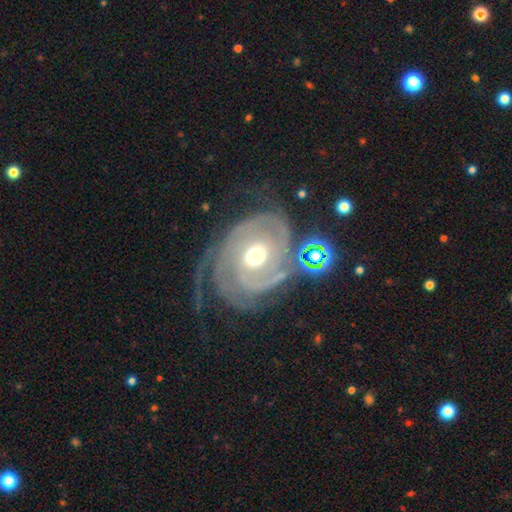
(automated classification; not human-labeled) smooth-or-featured: featured or disk: 86% | smooth: 9% | star or artifact: 6%
  disk-edge-on: no: 97% | yes: 3%
    bar: no: 63% | weak: 28% | strong: 10%
    has-spiral-arms: yes: 91% | no: 9%
      spiral-winding: tight: 50% | medium: 36% | loose: 14%
      spiral-arm-count: 2: 59% | can't tell: 16% | 3: 8% | 1: 8% | 4: 4% | more than 4: 4%
    bulge-size: moderate: 70% | small: 14% | large: 13% | dominant: 2% | none: 1%
  merging: none: 45% | major disturbance: 24% | minor disturbance: 19% | merger: 12%